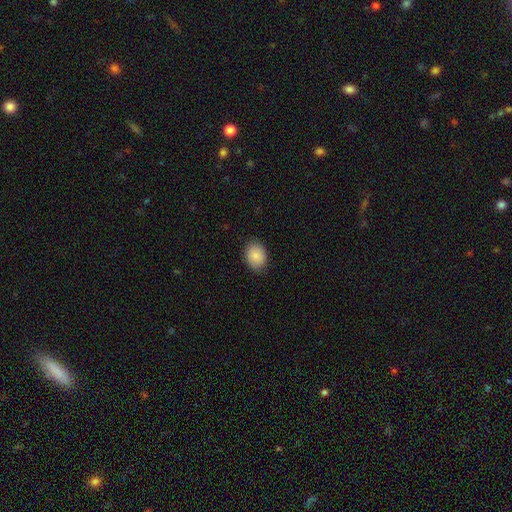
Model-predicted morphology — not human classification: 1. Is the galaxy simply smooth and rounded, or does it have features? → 88% smooth, 7% star or artifact, 5% featured or disk.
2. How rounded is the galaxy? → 59% in between, 40% round, 1% cigar-shaped.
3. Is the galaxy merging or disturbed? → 85% none, 12% minor disturbance, 2% major disturbance, 1% merger.